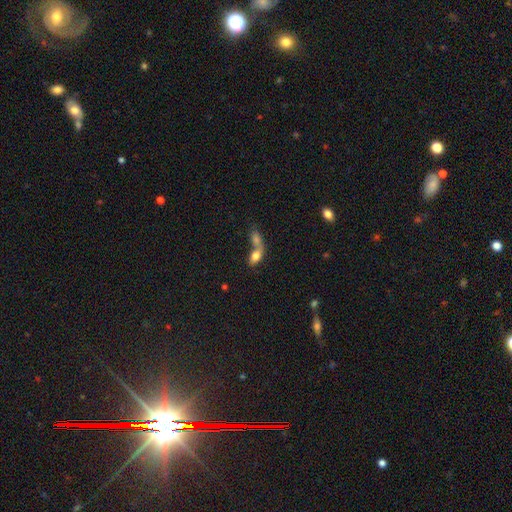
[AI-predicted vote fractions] Morphology: type=smooth (74%); roundness=in between (79%); merging=merger (72%).